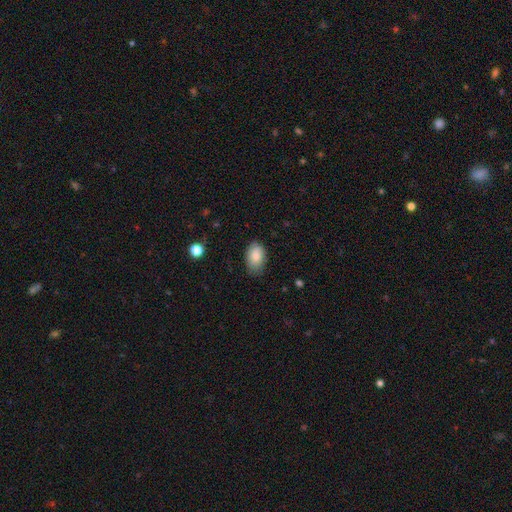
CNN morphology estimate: The model was most divided on "merging": none: 76%, minor disturbance: 20%, major disturbance: 3%, merger: 1%. More confident: how rounded — in between (91%); smooth or featured — smooth (83%).